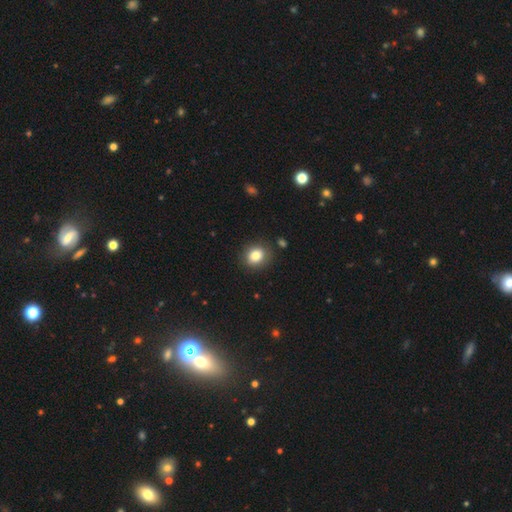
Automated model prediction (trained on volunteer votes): Morphology: type=smooth (81%); roundness=round (69%); merging=none (86%).